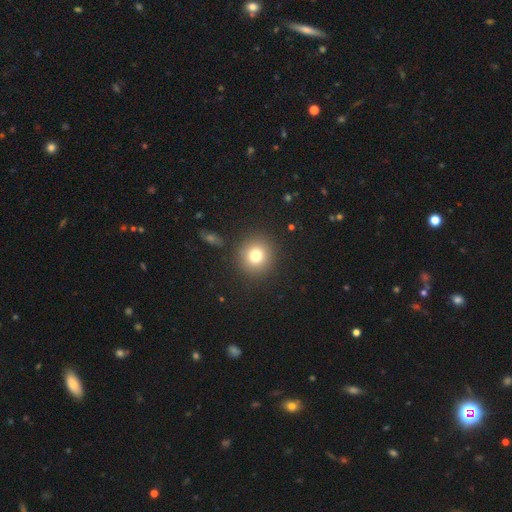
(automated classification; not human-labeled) A smooth galaxy with no disk features (77%) that is round (92%). Merging: none (89%).